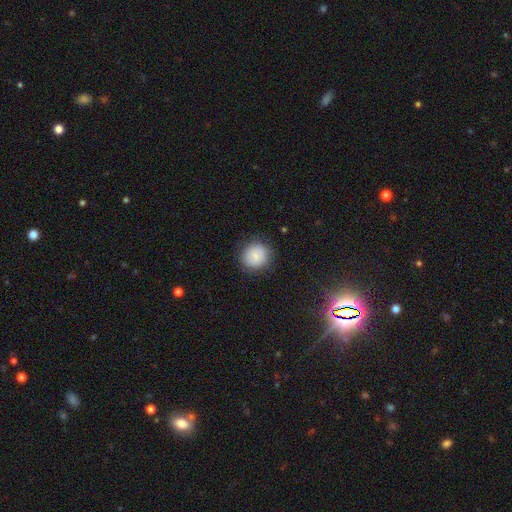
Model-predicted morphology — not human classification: Smooth or featured?
  - smooth: 80% *
  - featured or disk: 11%
  - star or artifact: 9%
How rounded?
  - round: 88% *
  - in between: 11%
  - cigar-shaped: 1%
Merging?
  - none: 84% *
  - minor disturbance: 11%
  - major disturbance: 4%
  - merger: 1%